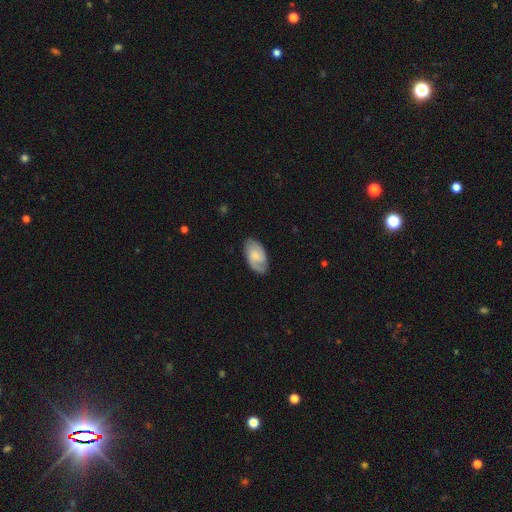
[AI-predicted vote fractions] Overall: featured or disk (52%; smooth 41%). Edge-on disk: no (94%). Merging: none (77%).